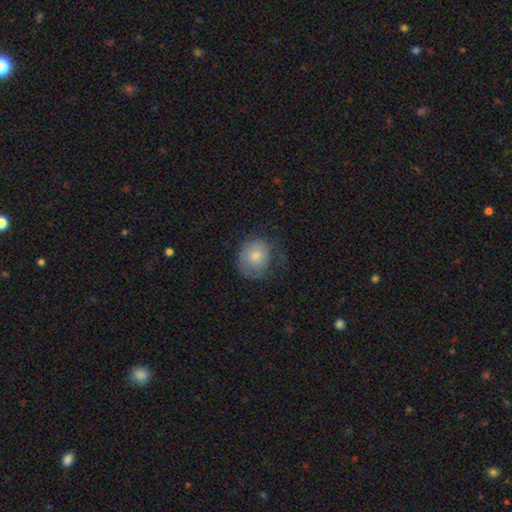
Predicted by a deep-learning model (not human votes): smooth 73%, featured or disk 20%, star or artifact 7%. Down the decision tree: how rounded — round (76%); merging — none (47%).